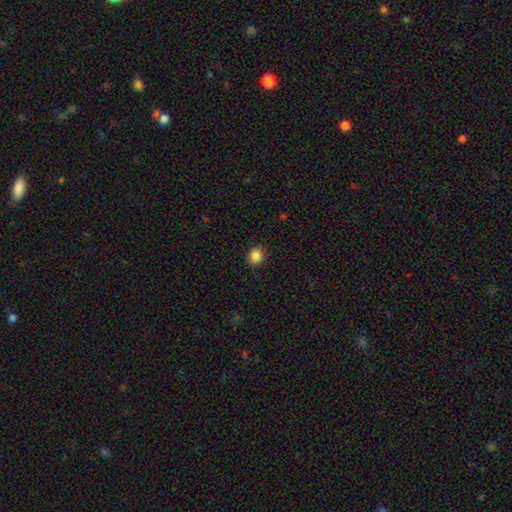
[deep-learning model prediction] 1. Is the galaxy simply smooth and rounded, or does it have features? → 87% smooth, 10% star or artifact, 3% featured or disk.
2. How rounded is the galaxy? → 77% round, 22% in between, 1% cigar-shaped.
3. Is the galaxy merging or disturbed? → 89% none, 8% minor disturbance, 2% major disturbance, 1% merger.